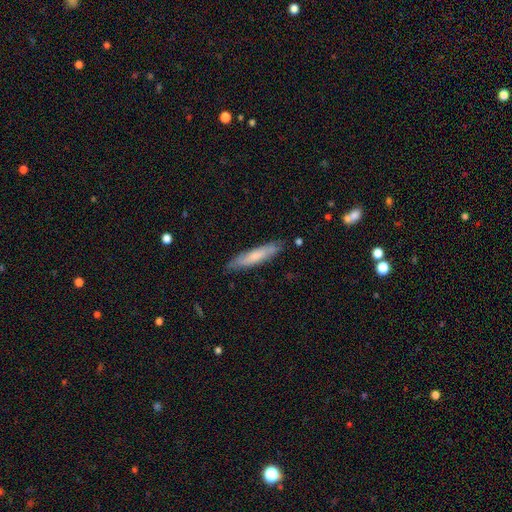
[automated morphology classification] This appears to be a smooth galaxy with no disk features (66%) that is cigar-shaped (85%). Merging: none (83%).